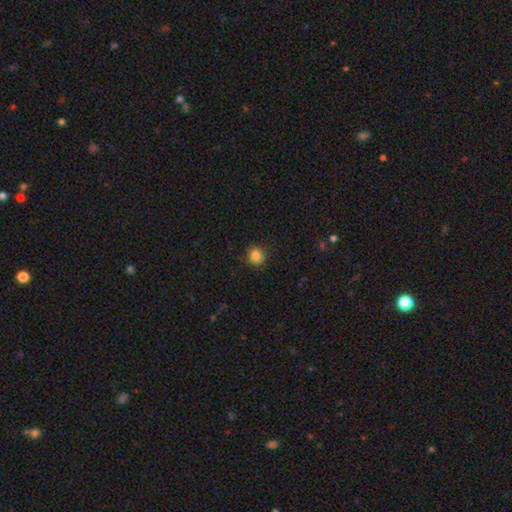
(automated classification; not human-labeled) The model was most divided on "smooth or featured": smooth: 85%, star or artifact: 11%, featured or disk: 4%. More confident: merging — none (88%); how rounded — round (88%).